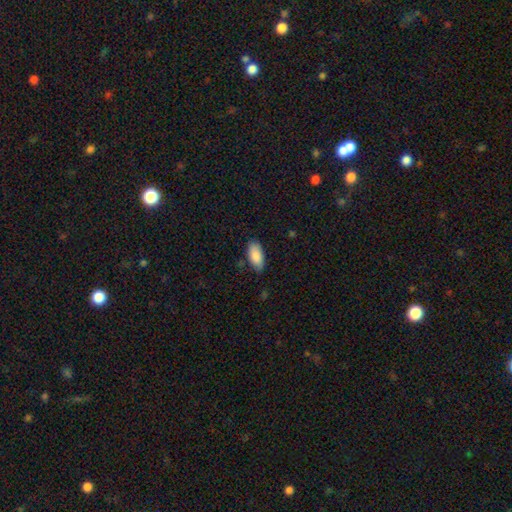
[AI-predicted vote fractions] Smooth or featured?
  - smooth: 87% *
  - featured or disk: 7%
  - star or artifact: 6%
How rounded?
  - in between: 90% *
  - cigar-shaped: 8%
  - round: 2%
Merging?
  - none: 81% *
  - minor disturbance: 15%
  - major disturbance: 3%
  - merger: 1%